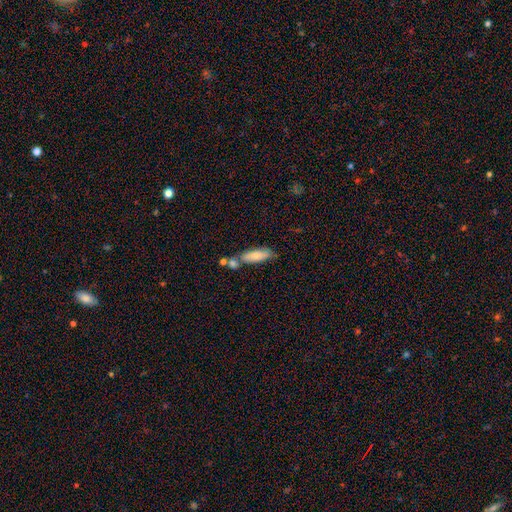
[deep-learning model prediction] Q: Smooth or featured?
A: smooth (78%); runner-up: featured or disk (16%)
Q: How rounded?
A: in between (52%); runner-up: cigar-shaped (46%)
Q: Merging?
A: none (53%); runner-up: merger (25%)